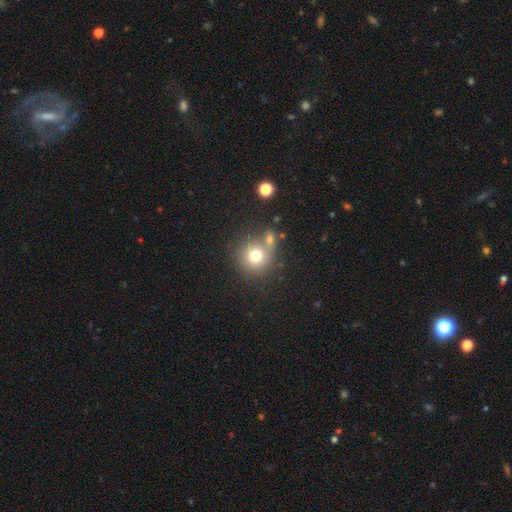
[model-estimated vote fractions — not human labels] smooth-or-featured: smooth: 74% | star or artifact: 13% | featured or disk: 13%
  how-rounded: round: 91% | in between: 8% | cigar-shaped: 1%
  merging: none: 61% | merger: 23% | minor disturbance: 11% | major disturbance: 5%